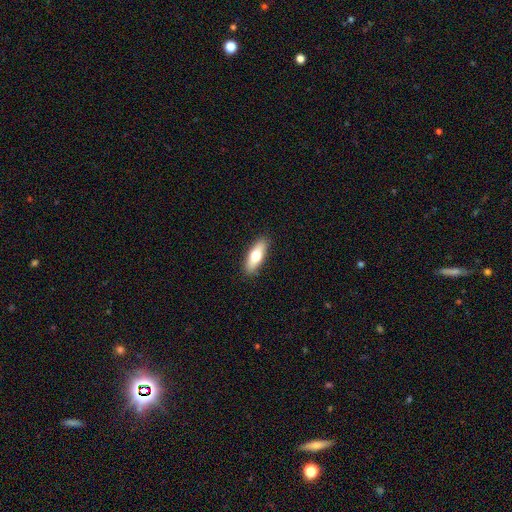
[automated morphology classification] Smooth or featured: smooth — 66% (featured or disk — 28%)
How rounded: in between — 61% (cigar-shaped — 36%)
Merging: none — 89% (minor disturbance — 8%)